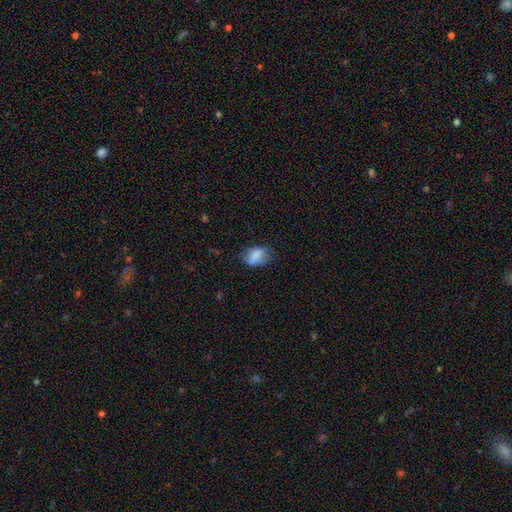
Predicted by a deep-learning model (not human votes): Smooth or featured: smooth — 75% (featured or disk — 16%)
How rounded: in between — 84% (round — 13%)
Merging: none — 56% (minor disturbance — 30%)